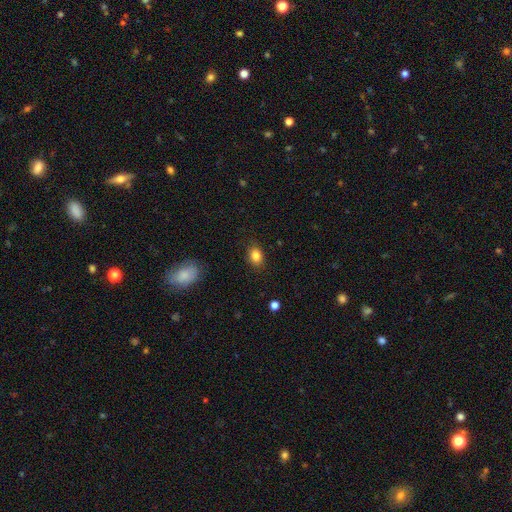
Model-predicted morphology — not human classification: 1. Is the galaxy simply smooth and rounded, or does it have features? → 84% smooth, 10% star or artifact, 6% featured or disk.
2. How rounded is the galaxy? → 71% in between, 28% round, 1% cigar-shaped.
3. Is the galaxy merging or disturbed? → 85% none, 11% minor disturbance, 3% major disturbance, 1% merger.